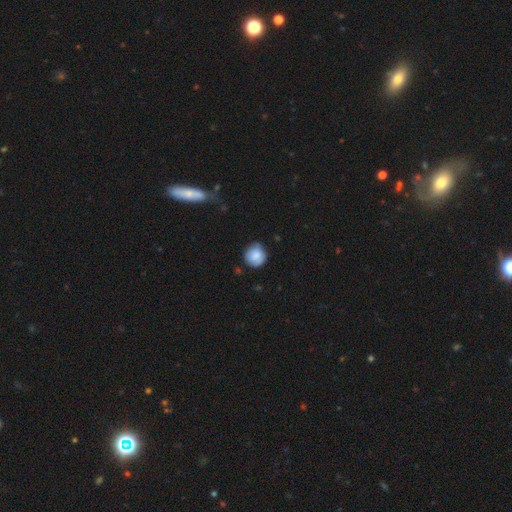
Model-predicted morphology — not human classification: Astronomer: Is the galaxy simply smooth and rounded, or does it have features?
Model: smooth — 82%.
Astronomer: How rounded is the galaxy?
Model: round — 89%.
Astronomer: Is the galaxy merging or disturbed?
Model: none — 73%.